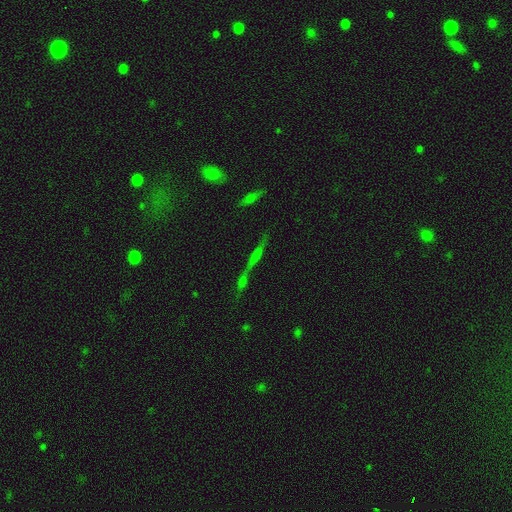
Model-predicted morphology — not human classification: Smooth or featured? featured or disk (41%)
Merging? none (48%)